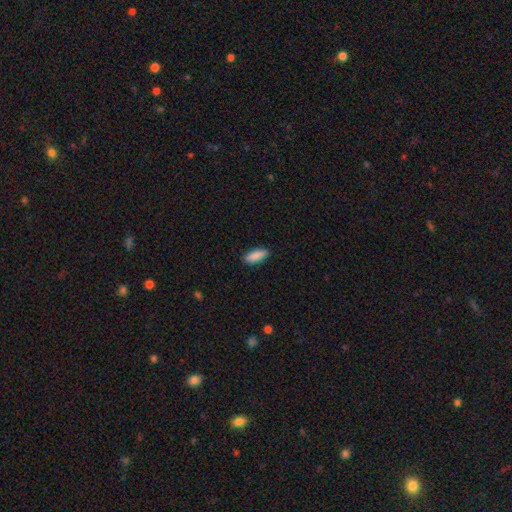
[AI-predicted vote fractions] Smooth or featured?
  - smooth: 89% *
  - star or artifact: 6%
  - featured or disk: 5%
How rounded?
  - in between: 59% *
  - cigar-shaped: 39%
  - round: 2%
Merging?
  - none: 87% *
  - minor disturbance: 10%
  - major disturbance: 2%
  - merger: 1%